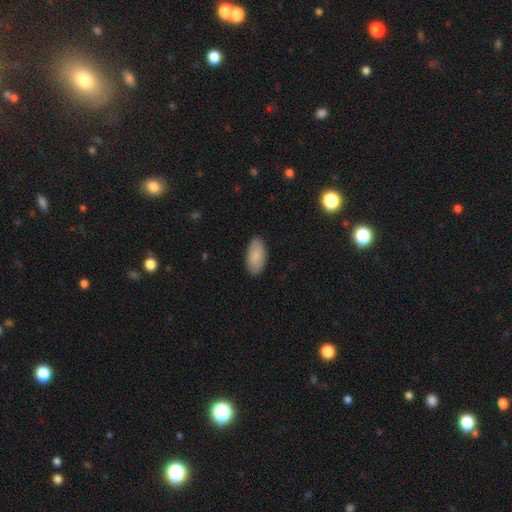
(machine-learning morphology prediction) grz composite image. It shows a smooth galaxy with no disk features (87%) that is in between round and cigar-shaped (94%). Merging: none (87%).